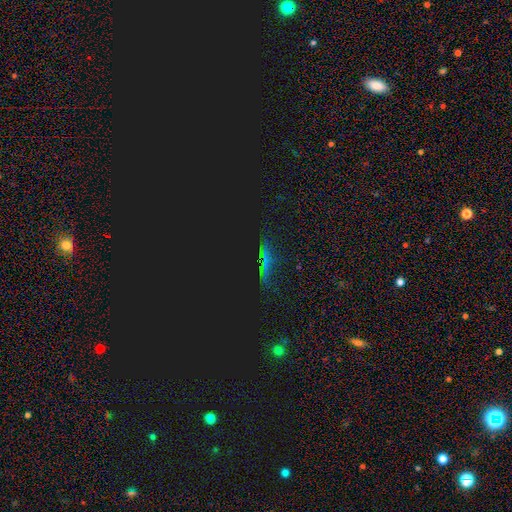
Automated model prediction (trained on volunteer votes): A star or artifact, not a galaxy (75%).